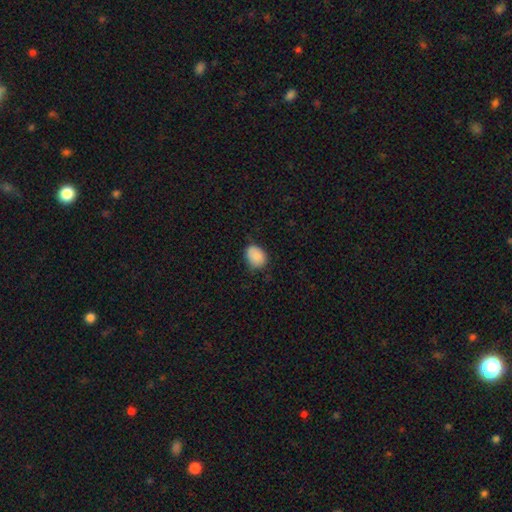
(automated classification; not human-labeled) smooth_or_featured: smooth (p=0.86) [alt: star or artifact p=0.08]
how_rounded: in between (p=0.64) [alt: round p=0.35]
merging: none (p=0.69) [alt: minor disturbance p=0.26]